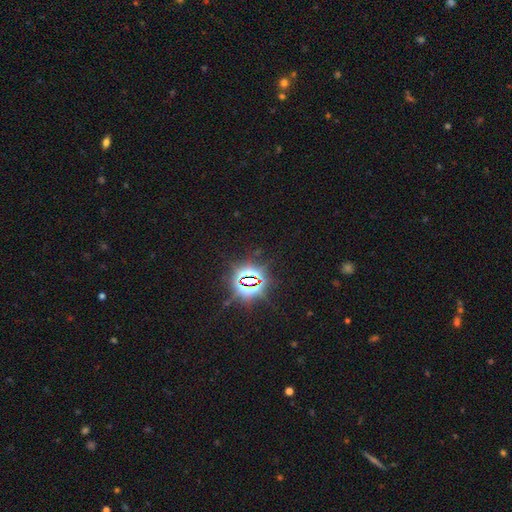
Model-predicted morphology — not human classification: Smooth or featured: star or artifact — 84% (smooth — 9%)